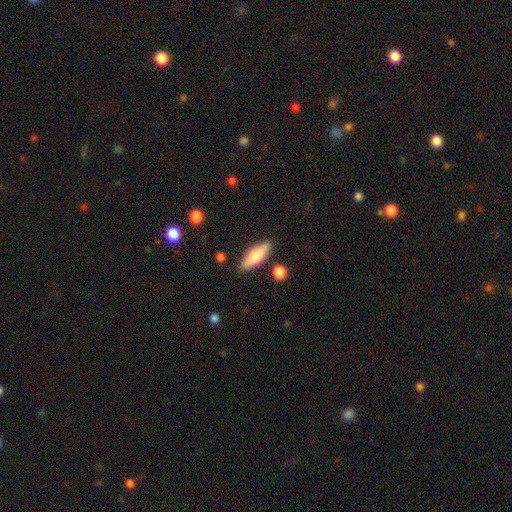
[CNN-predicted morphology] Smooth or featured? smooth (63%)
How rounded? in between (58%)
Merging? none (83%)